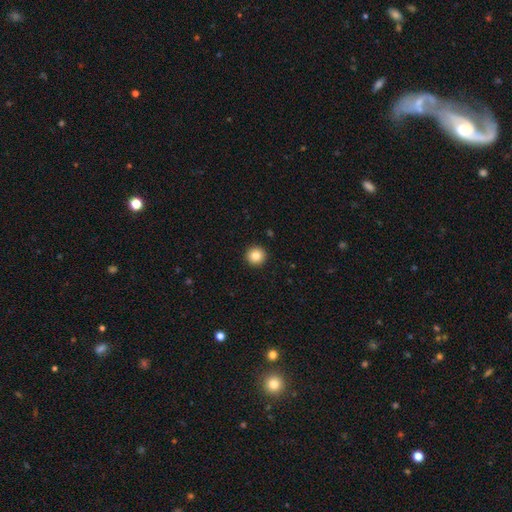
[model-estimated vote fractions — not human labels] smooth 84%, star or artifact 10%, featured or disk 6%. Down the decision tree: how rounded — round (96%); merging — none (94%).